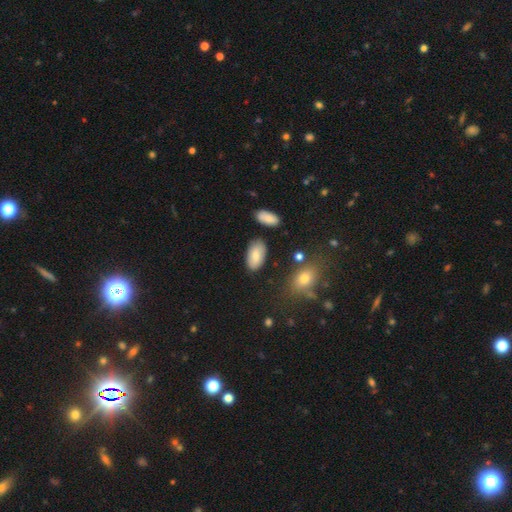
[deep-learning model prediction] The model was most divided on "smooth or featured": smooth: 78%, featured or disk: 14%, star or artifact: 8%. More confident: how rounded — in between (94%); merging — none (79%).